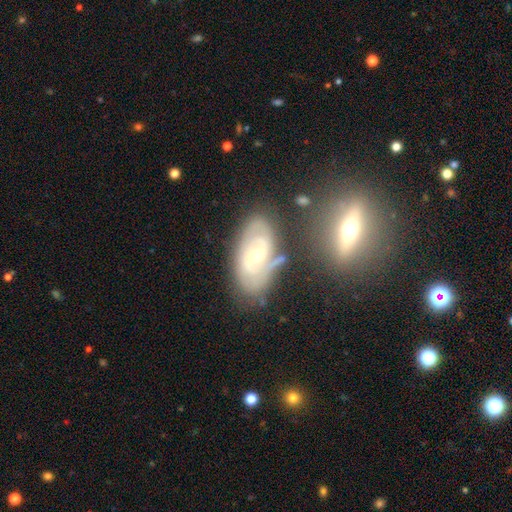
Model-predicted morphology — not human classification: This appears to be a featured or disk galaxy (78%) with no bar (47%), 2 (56%) tight (51%) spiral arms (89%) and a moderate central bulge (49%). Merging: none (66%).